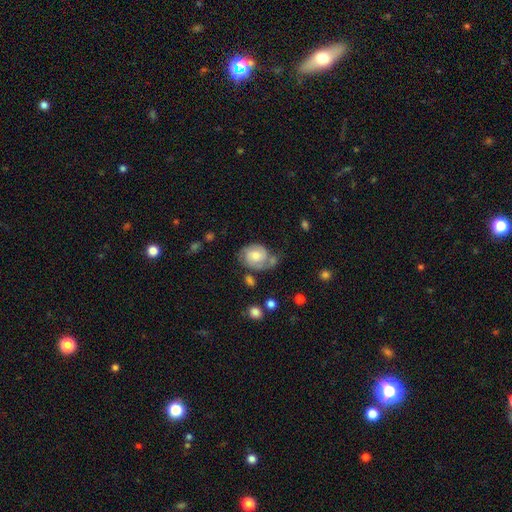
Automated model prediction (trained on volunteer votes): Smooth or featured? Predicted: featured or disk (p=0.60). Edge-on disk? Predicted: no (p=0.97). Bar? Predicted: no (p=0.65). Spiral arms? Predicted: yes (p=0.87). Spiral winding? Predicted: tight (p=0.50). Spiral arm count? Predicted: 2 (p=0.70). Bulge size? Predicted: moderate (p=0.54). Merging? Predicted: none (p=0.46).